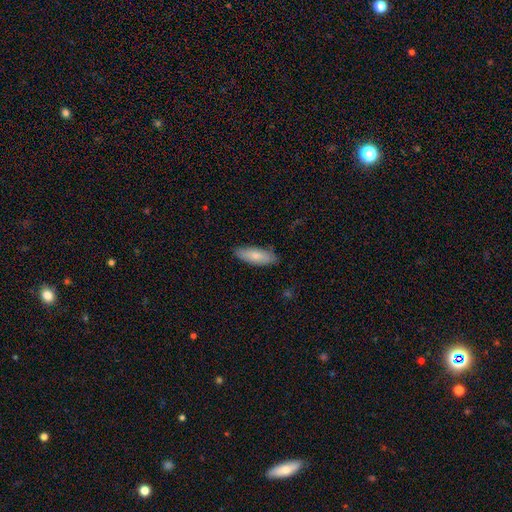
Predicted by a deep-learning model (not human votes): smooth_or_featured: smooth (p=0.79) [alt: featured or disk p=0.16]
how_rounded: in between (p=0.68) [alt: cigar-shaped p=0.30]
merging: none (p=0.84) [alt: minor disturbance p=0.13]